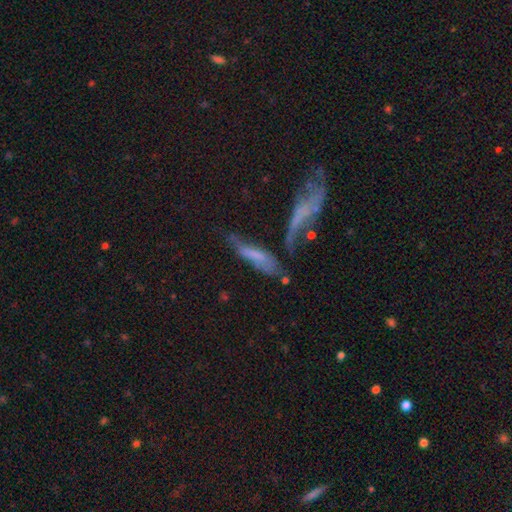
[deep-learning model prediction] Overall: smooth (48%; featured or disk 40%). Merging: merger (31%; none 25%).